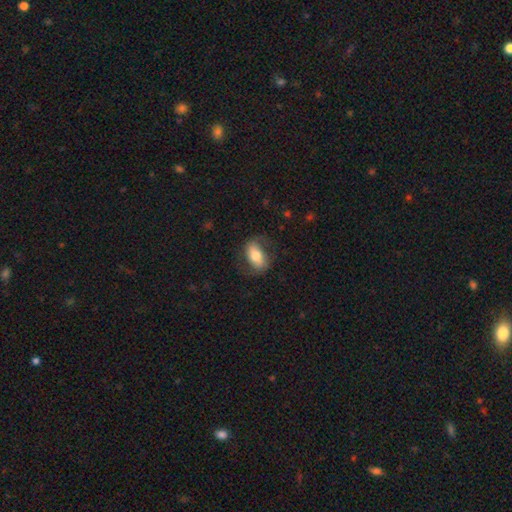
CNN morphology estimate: smooth-or-featured: smooth: 58% | featured or disk: 35% | star or artifact: 7%
  how-rounded: in between: 88% | round: 9% | cigar-shaped: 4%
  merging: none: 70% | minor disturbance: 18% | major disturbance: 10% | merger: 1%